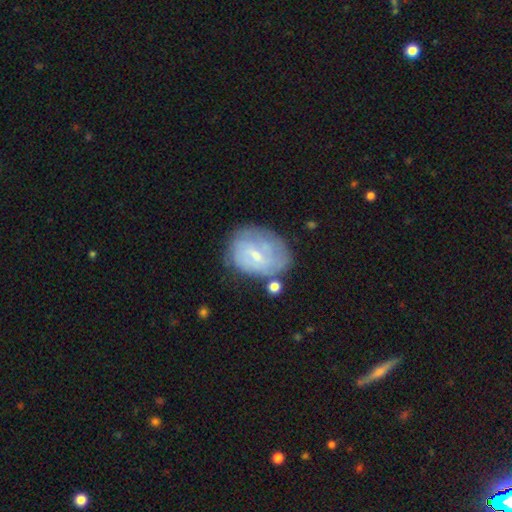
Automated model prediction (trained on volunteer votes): A featured or disk galaxy (63%) with a weak bar (53%), spiral arms (78%) and a small central bulge (69%). Merging: none (59%).